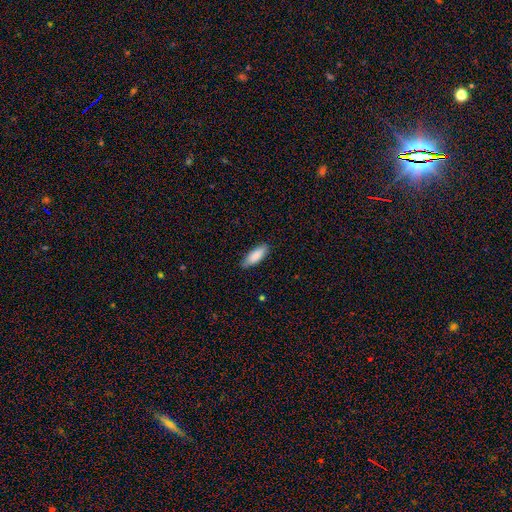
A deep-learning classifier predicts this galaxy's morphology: Q: Smooth or featured?
A: smooth (87%); runner-up: featured or disk (7%)
Q: How rounded?
A: in between (68%); runner-up: cigar-shaped (31%)
Q: Merging?
A: none (81%); runner-up: minor disturbance (15%)